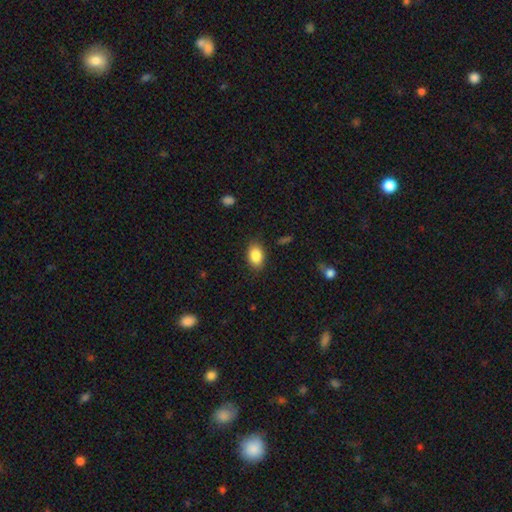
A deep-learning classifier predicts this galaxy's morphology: smooth 87%, star or artifact 8%, featured or disk 6%. Down the decision tree: how rounded — in between (83%); merging — none (85%).